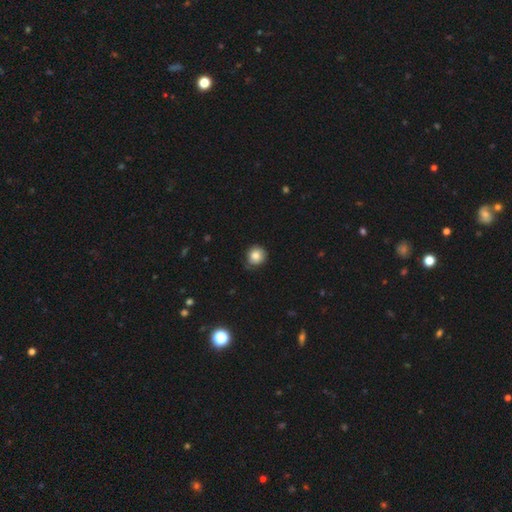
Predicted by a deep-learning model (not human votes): The model was most divided on "merging": none: 72%, minor disturbance: 23%, major disturbance: 4%, merger: 1%. More confident: how rounded — round (88%); smooth or featured — smooth (81%).